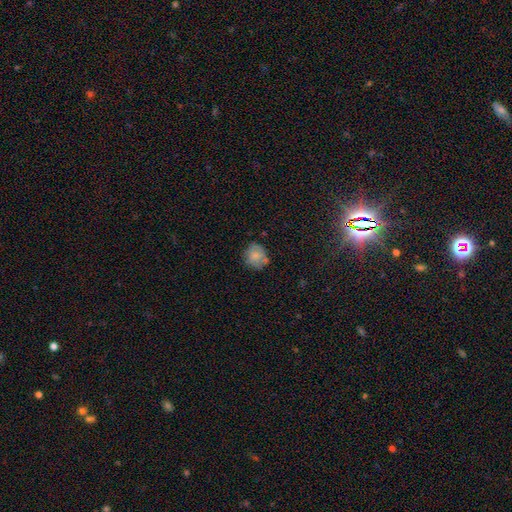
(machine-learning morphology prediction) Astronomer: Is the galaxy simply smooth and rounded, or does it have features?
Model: smooth — 75%.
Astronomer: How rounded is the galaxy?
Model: round — 82%.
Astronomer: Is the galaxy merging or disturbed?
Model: none — 70%.